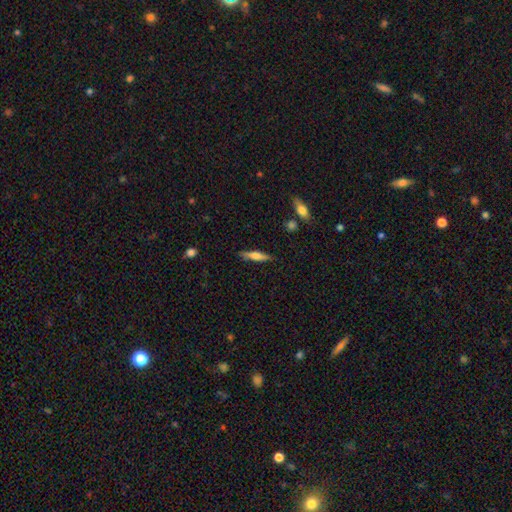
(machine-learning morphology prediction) Overall: smooth (55%; featured or disk 39%). How rounded: cigar-shaped (81%). Merging: none (86%).